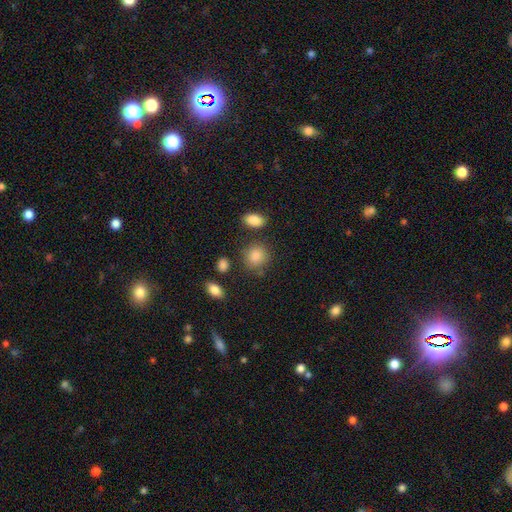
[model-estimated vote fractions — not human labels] Smooth or featured?
  - smooth: 85% *
  - star or artifact: 9%
  - featured or disk: 6%
How rounded?
  - round: 78% *
  - in between: 21%
  - cigar-shaped: 1%
Merging?
  - none: 77% *
  - minor disturbance: 13%
  - merger: 6%
  - major disturbance: 4%